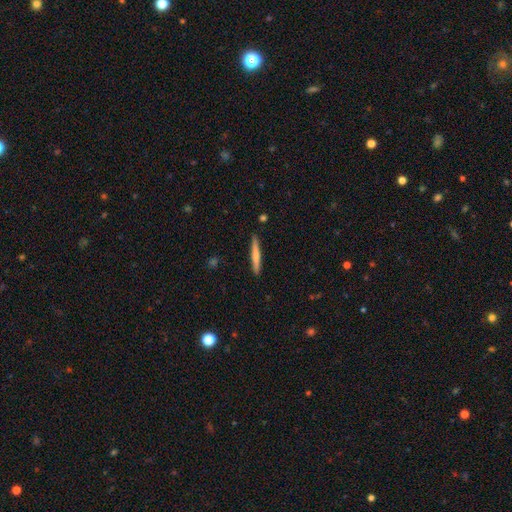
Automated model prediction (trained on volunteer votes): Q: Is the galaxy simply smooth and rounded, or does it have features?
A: smooth — 66%.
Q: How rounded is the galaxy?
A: cigar-shaped — 95%.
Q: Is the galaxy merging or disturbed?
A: none — 90%.